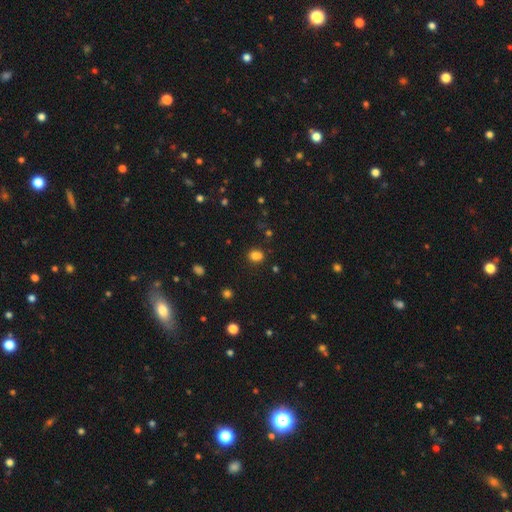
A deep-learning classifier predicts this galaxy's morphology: smooth 77%, star or artifact 16%, featured or disk 7%. Down the decision tree: how rounded — round (53%); merging — none (62%).